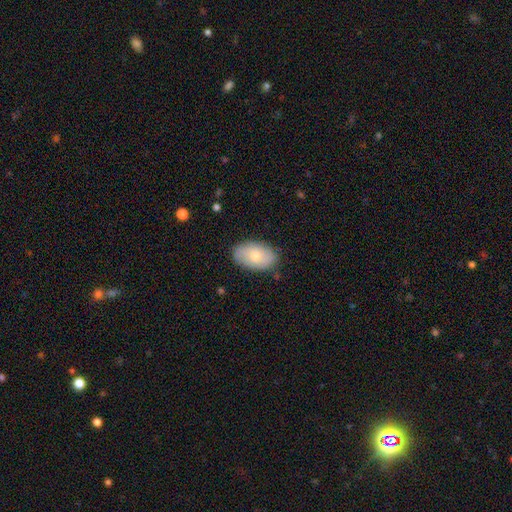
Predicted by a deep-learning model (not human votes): A smooth galaxy with no disk features (68%) that is in between round and cigar-shaped (90%). Merging: none (82%).